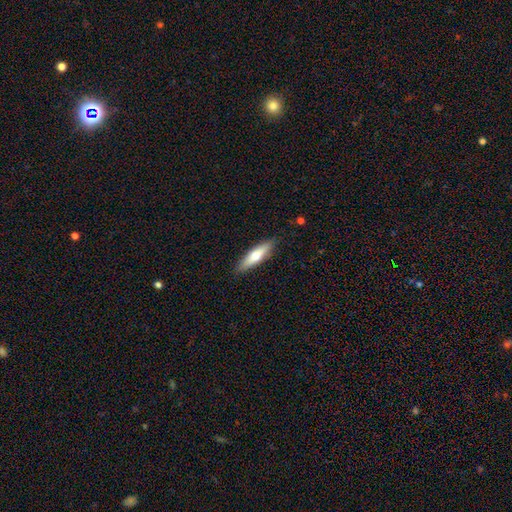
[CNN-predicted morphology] smooth 59%, featured or disk 35%, star or artifact 5%. Down the decision tree: how rounded — cigar-shaped (68%); merging — none (88%).